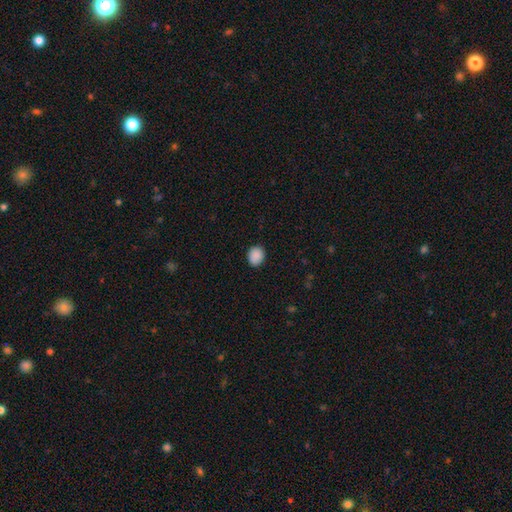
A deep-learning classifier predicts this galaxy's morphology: Smooth or featured: smooth — 90% (star or artifact — 8%)
How rounded: round — 57% (in between — 42%)
Merging: none — 87% (minor disturbance — 10%)